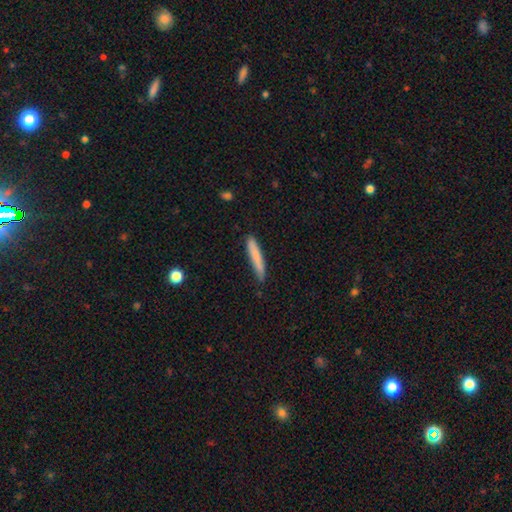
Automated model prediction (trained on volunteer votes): Overall: smooth (80%). How rounded: cigar-shaped (93%). Merging: none (80%).